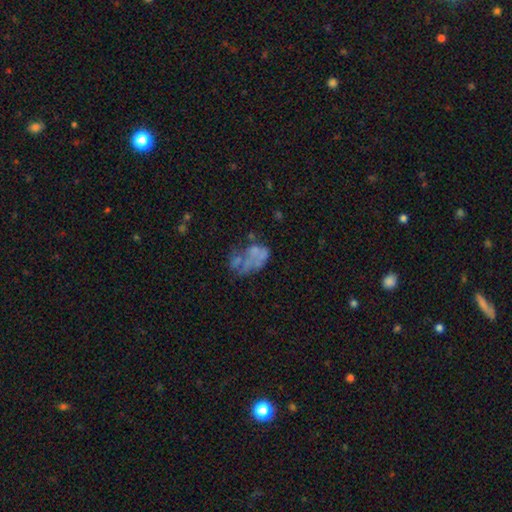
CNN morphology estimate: Smooth or featured: featured or disk — 50% (smooth — 36%)
Edge-on disk: no — 98% (yes — 2%)
Merging: major disturbance — 29% (none — 28%)